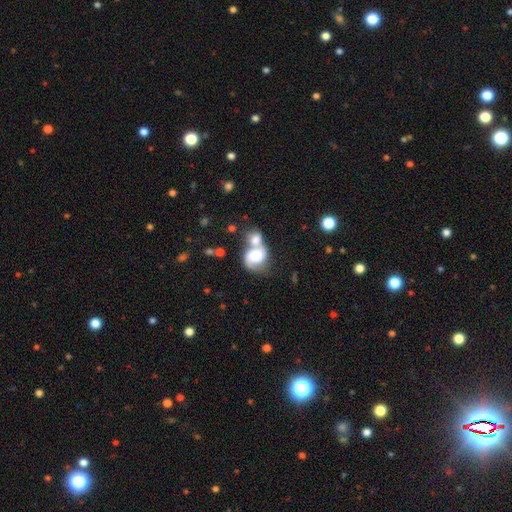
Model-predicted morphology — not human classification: smooth_or_featured: smooth (p=0.48) [alt: featured or disk p=0.44]
merging: merger (p=0.64) [alt: none p=0.18]